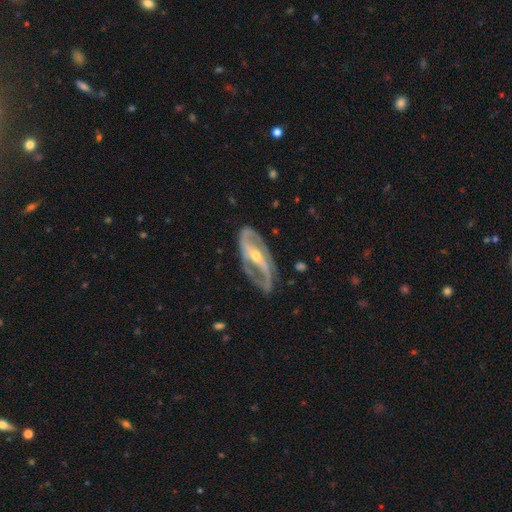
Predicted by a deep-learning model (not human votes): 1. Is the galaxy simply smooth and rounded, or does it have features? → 90% featured or disk, 6% smooth, 4% star or artifact.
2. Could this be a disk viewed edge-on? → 93% no, 7% yes.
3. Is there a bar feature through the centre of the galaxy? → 56% strong, 25% weak, 19% no.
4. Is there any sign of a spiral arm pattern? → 93% yes, 7% no.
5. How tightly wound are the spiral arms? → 48% medium, 30% tight, 22% loose.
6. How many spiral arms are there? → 89% 2, 5% can't tell, 3% 1, 2% 3, 1% 4, 1% more than 4.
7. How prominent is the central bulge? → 52% small, 44% moderate, 2% large, 1% none, 1% dominant.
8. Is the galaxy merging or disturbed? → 75% none, 16% minor disturbance, 7% major disturbance, 2% merger.